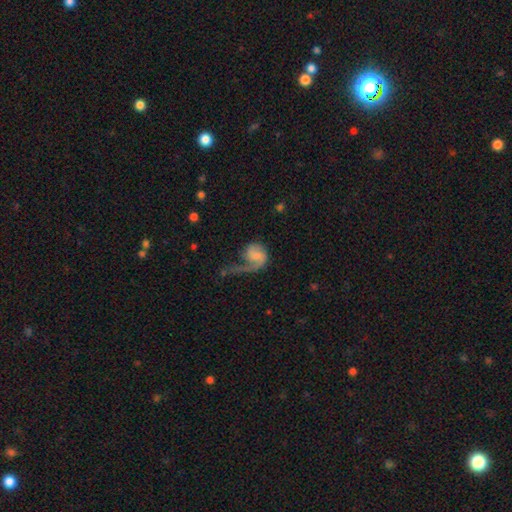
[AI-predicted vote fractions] This is likely a featured or disk galaxy (62%). It is clearly not viewed edge-on (98%). Bar: possibly no (57%). Spiral arm pattern: clearly yes (88%). Spiral arm count: likely 1 (77%). Spiral winding: possibly loose (59%). Central bulge: marginally none (37%). Merging: possibly major disturbance (54%).